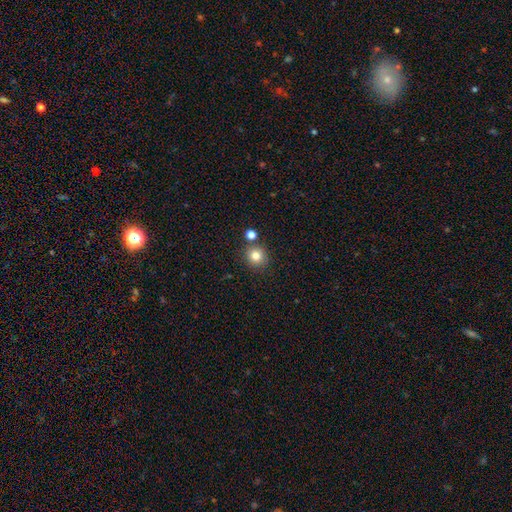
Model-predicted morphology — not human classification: A smooth galaxy with no disk features (81%) that is round (88%). Merging: none (78%).